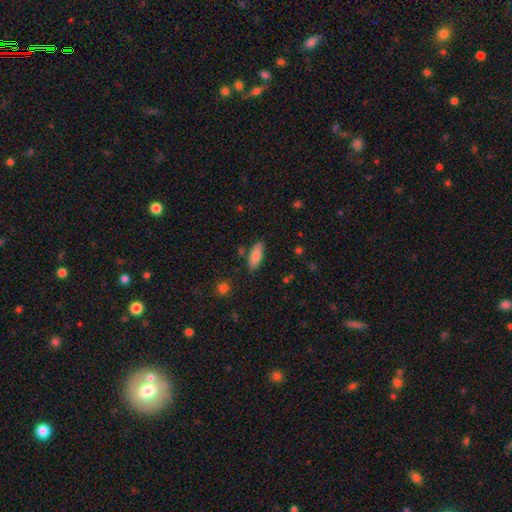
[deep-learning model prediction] A smooth galaxy with no disk features (83%) that is in between round and cigar-shaped (78%). Merging: none (78%).